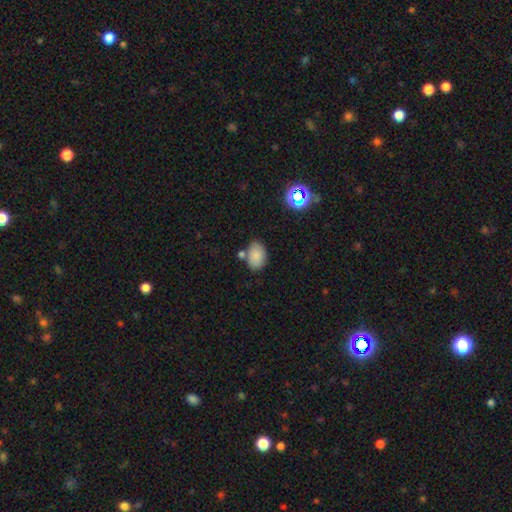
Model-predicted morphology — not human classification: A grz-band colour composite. It shows a smooth galaxy with no disk features (83%) that is in between round and cigar-shaped (83%). Merging: none (67%).